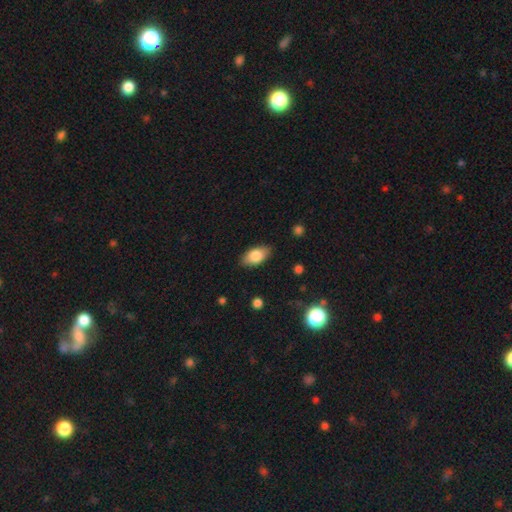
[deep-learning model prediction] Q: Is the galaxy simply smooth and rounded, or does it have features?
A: smooth — 82%.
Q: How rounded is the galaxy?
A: in between — 93%.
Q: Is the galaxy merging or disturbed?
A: none — 86%.